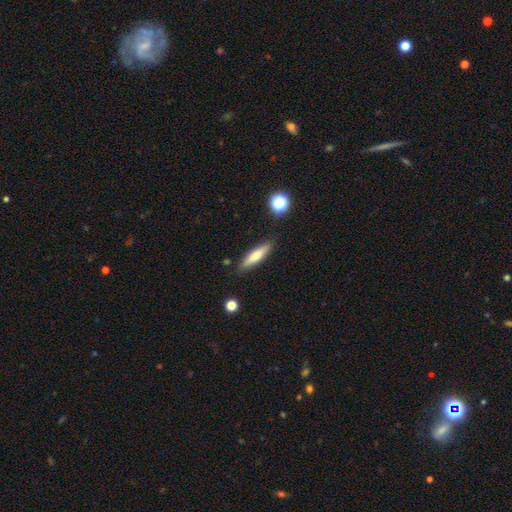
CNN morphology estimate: A smooth galaxy with no disk features (66%) that is cigar-shaped (78%).

Vote fractions:
- Smooth or featured? smooth: 66% / featured or disk: 27% / star or artifact: 7%
- How rounded? cigar-shaped: 78% / in between: 20% / round: 2%
- Merging? none: 86% / minor disturbance: 10% / major disturbance: 2% / merger: 2%